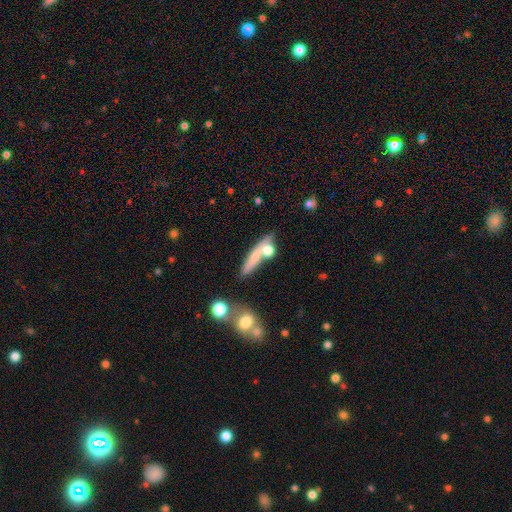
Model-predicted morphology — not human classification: Smooth or featured? smooth (61%)
How rounded? cigar-shaped (73%)
Merging? none (53%)